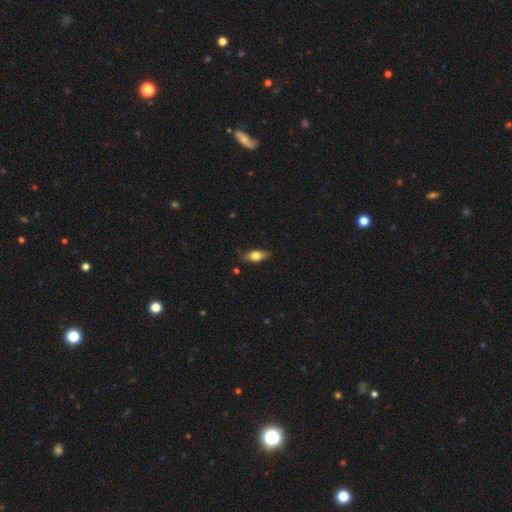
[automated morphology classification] Overall: smooth (66%; featured or disk 27%). How rounded: in between (75%). Merging: none (82%).